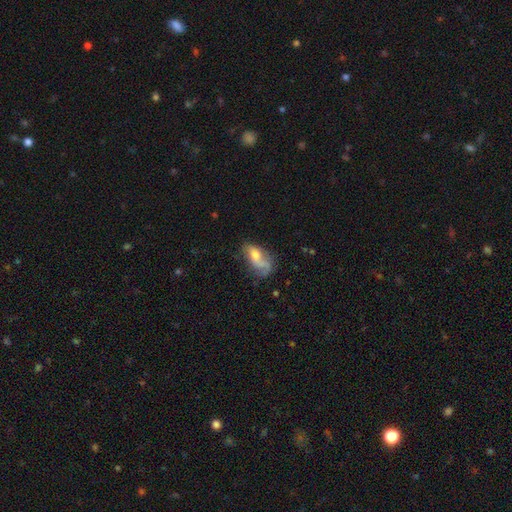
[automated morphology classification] A smooth galaxy with no disk features (49%). Merging: none (34%).